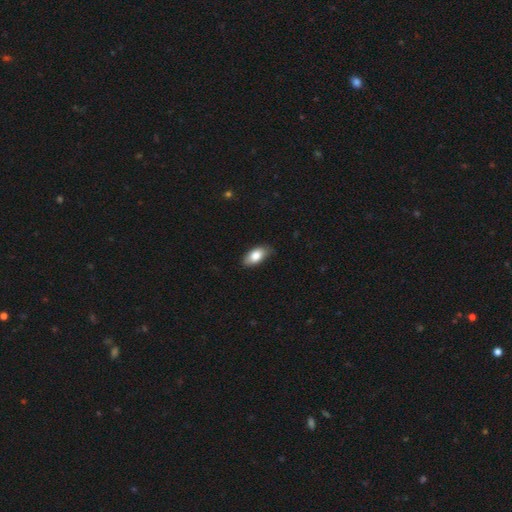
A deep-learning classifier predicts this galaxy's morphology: This is clearly a smooth galaxy (82%). How rounded: clearly in between (91%). Merging: clearly none (81%).